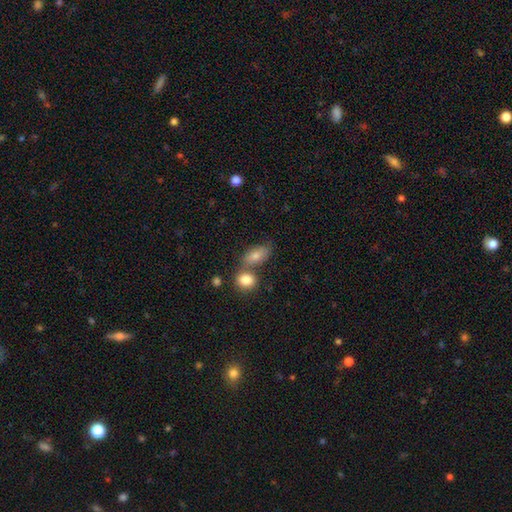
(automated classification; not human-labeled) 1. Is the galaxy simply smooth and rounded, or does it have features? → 79% smooth, 12% featured or disk, 8% star or artifact.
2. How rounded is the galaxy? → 84% in between, 10% round, 6% cigar-shaped.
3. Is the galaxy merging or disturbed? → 48% none, 37% merger, 11% minor disturbance, 4% major disturbance.